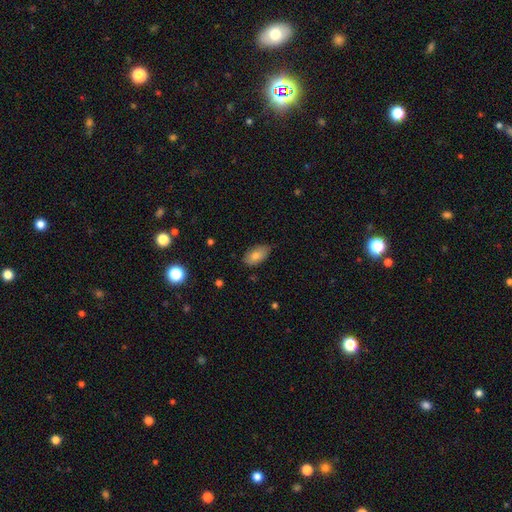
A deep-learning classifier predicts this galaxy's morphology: type=smooth (79%); roundness=in between (93%); merging=none (74%).